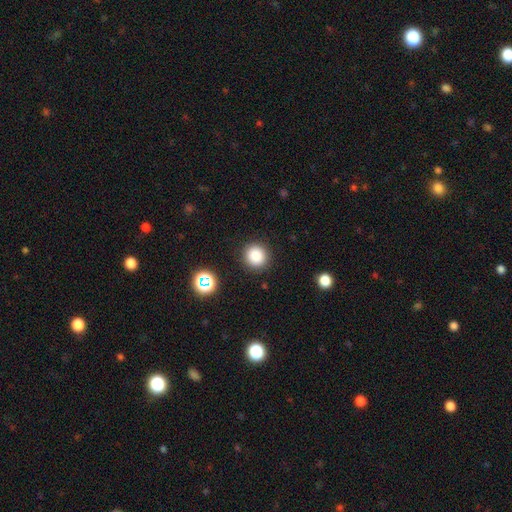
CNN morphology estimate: Smooth or featured? smooth (84%)
How rounded? round (93%)
Merging? none (90%)